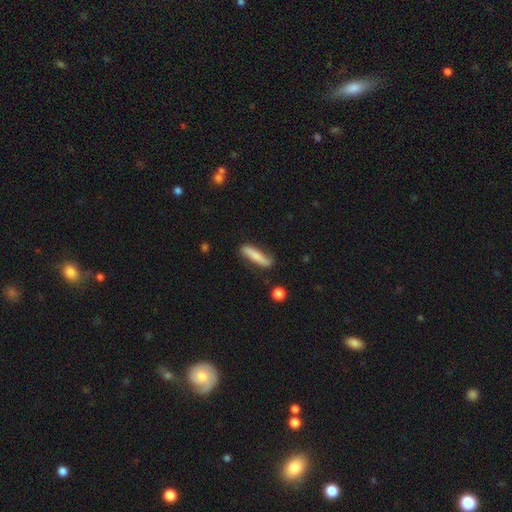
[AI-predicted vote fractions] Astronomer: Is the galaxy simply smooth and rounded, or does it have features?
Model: smooth — 74%.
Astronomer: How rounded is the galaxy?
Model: cigar-shaped — 84%.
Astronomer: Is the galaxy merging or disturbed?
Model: none — 77%.